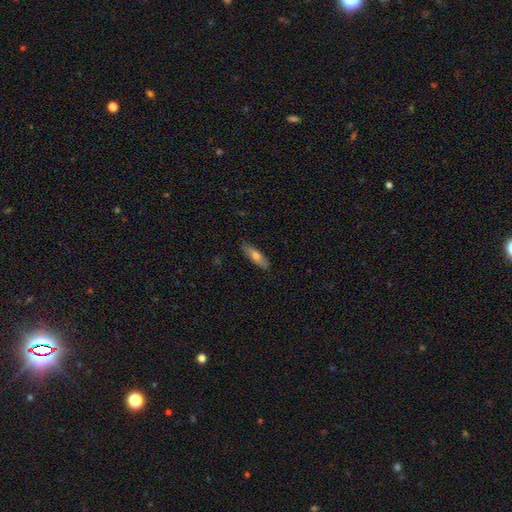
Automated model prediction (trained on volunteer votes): A smooth galaxy with no disk features (67%) that is cigar-shaped (55%).

Vote fractions:
- Smooth or featured? smooth: 67% / featured or disk: 27% / star or artifact: 6%
- How rounded? cigar-shaped: 55% / in between: 43% / round: 2%
- Merging? none: 86% / minor disturbance: 11% / major disturbance: 2% / merger: 1%